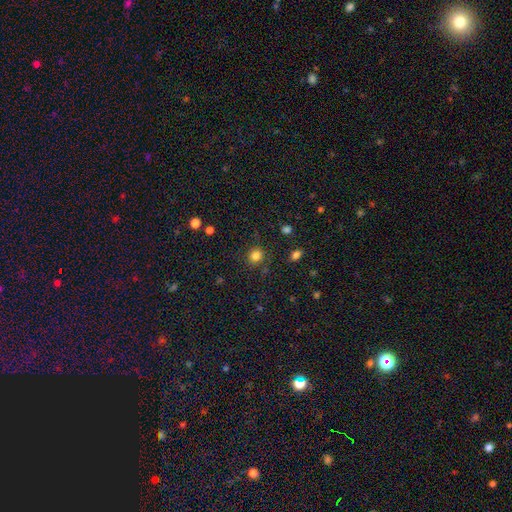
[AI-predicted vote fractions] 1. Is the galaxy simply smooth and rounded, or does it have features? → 82% smooth, 13% star or artifact, 5% featured or disk.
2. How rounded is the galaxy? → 82% round, 17% in between, 1% cigar-shaped.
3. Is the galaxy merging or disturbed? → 84% none, 10% minor disturbance, 4% major disturbance, 3% merger.